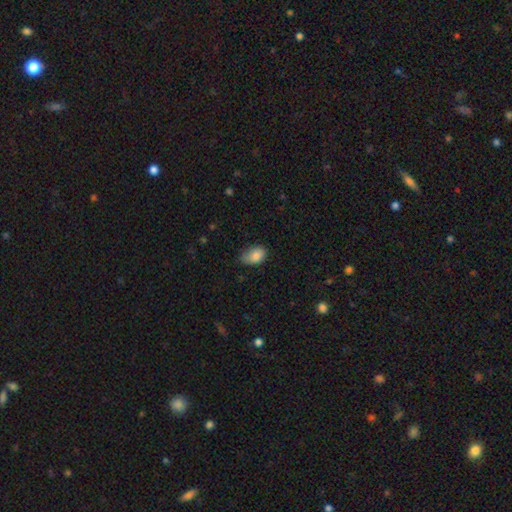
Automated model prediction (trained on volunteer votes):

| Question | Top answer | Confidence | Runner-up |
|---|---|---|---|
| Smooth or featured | smooth | 85% | star or artifact (8%) |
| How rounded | in between | 88% | round (11%) |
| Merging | none | 50% | minor disturbance (40%) |